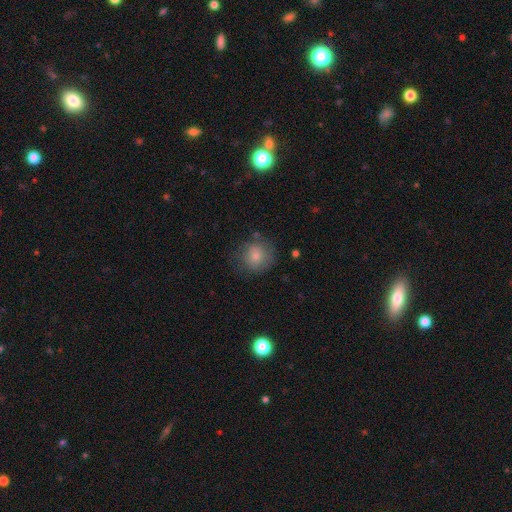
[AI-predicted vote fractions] Q: Smooth or featured?
A: smooth (80%); runner-up: featured or disk (11%)
Q: How rounded?
A: round (87%); runner-up: in between (12%)
Q: Merging?
A: none (71%); runner-up: minor disturbance (20%)